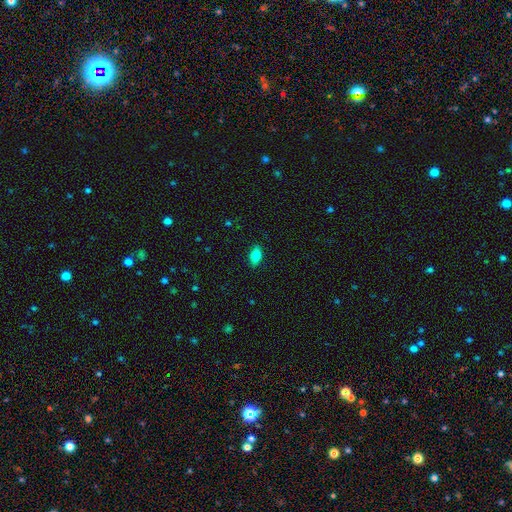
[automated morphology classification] Q: Smooth or featured?
A: smooth (80%); runner-up: featured or disk (13%)
Q: How rounded?
A: in between (88%); runner-up: cigar-shaped (7%)
Q: Merging?
A: none (87%); runner-up: minor disturbance (10%)